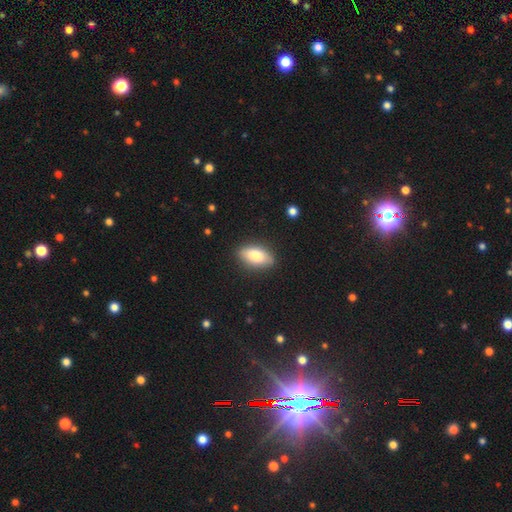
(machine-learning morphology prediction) Smooth or featured?
  - smooth: 76% *
  - featured or disk: 18%
  - star or artifact: 7%
How rounded?
  - in between: 88% *
  - cigar-shaped: 7%
  - round: 5%
Merging?
  - none: 85% *
  - minor disturbance: 12%
  - major disturbance: 2%
  - merger: 1%